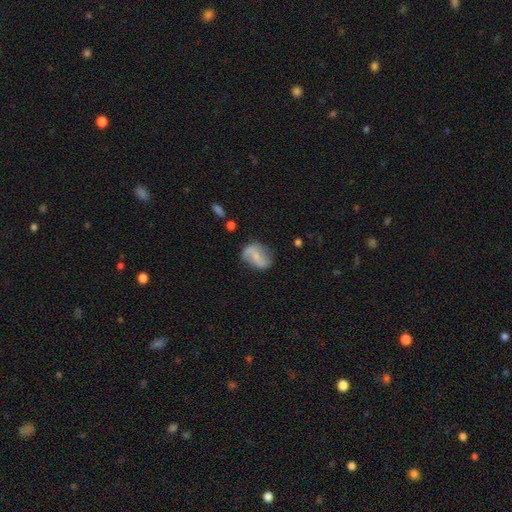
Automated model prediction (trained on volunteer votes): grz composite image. It shows a featured or disk galaxy (63%) with a weak bar (42%), 2 (84%) loose (67%) spiral arms (85%) and a small central bulge (55%). Merging: none (63%).